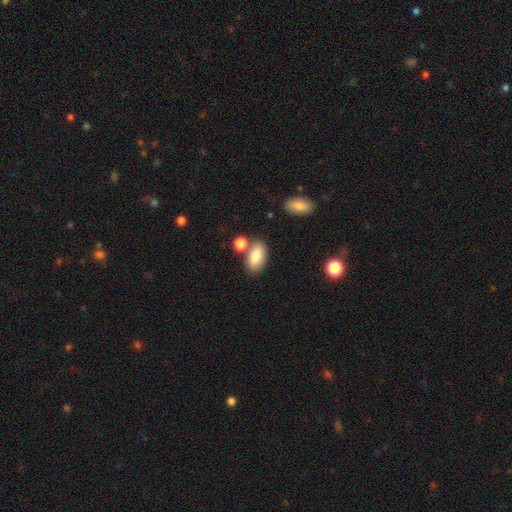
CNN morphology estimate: Overall: smooth (82%). How rounded: in between (92%). Merging: none (65%).